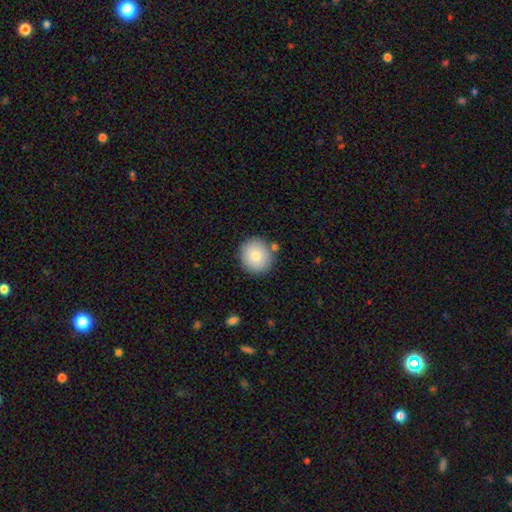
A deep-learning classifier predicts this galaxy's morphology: Smooth or featured? smooth (81%)
How rounded? round (90%)
Merging? none (82%)